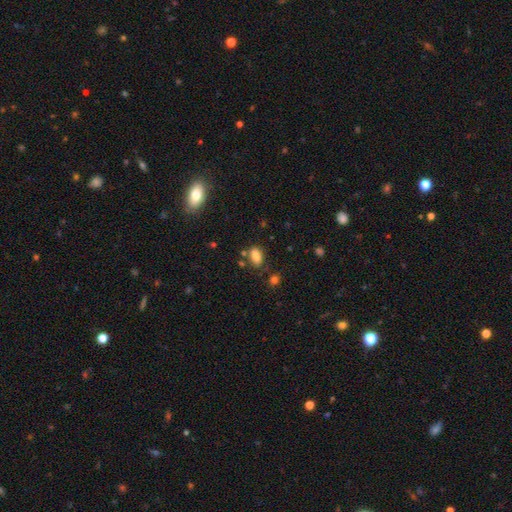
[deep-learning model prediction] A smooth galaxy with no disk features (82%) that is in between round and cigar-shaped (89%).

Vote fractions:
- Smooth or featured? smooth: 82% / star or artifact: 10% / featured or disk: 8%
- How rounded? in between: 89% / round: 7% / cigar-shaped: 4%
- Merging? none: 71% / minor disturbance: 16% / merger: 9% / major disturbance: 4%